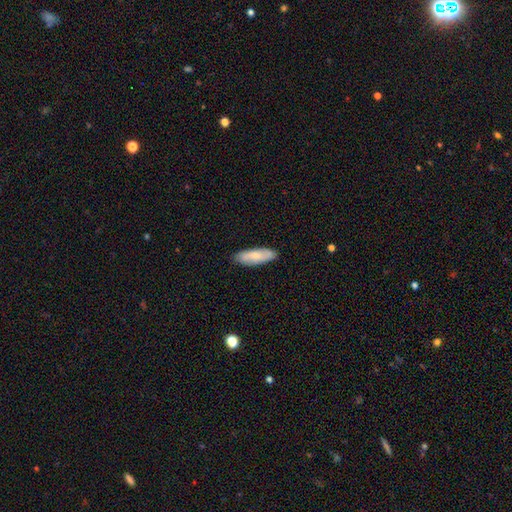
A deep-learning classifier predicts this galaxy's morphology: type=smooth (77%); roundness=in between (54%); merging=none (87%).